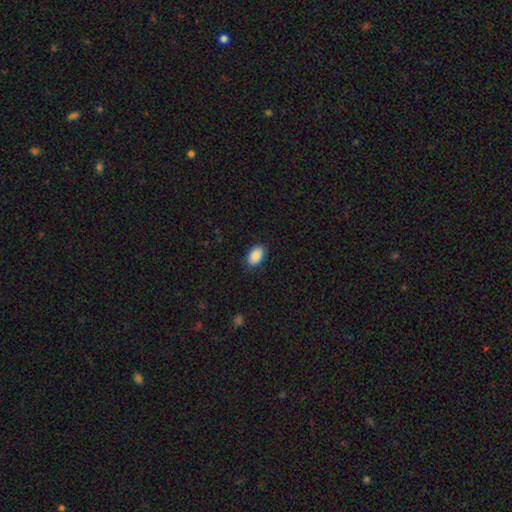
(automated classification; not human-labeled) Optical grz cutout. It shows a smooth galaxy with no disk features (91%) that is in between round and cigar-shaped (92%). Merging: none (89%).